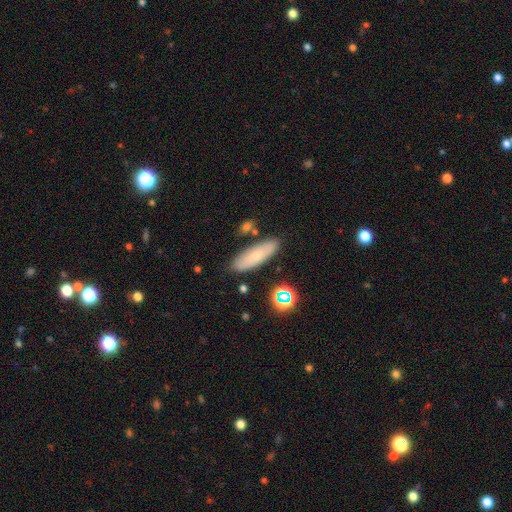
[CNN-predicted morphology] This appears to be a smooth galaxy with no disk features (72%) that is cigar-shaped (49%). Merging: none (82%).